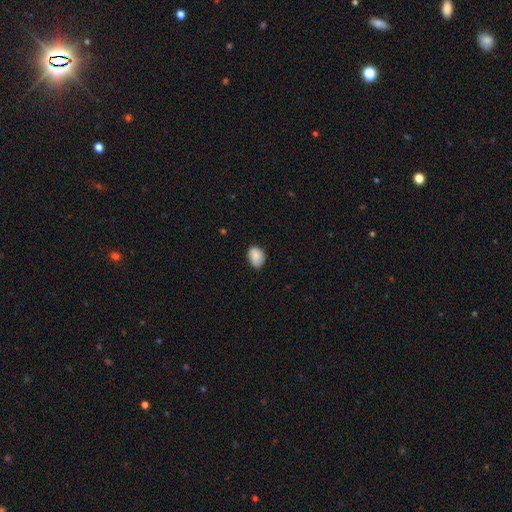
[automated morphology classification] Overall: smooth (87%). How rounded: in between (69%; round 30%). Merging: none (73%).